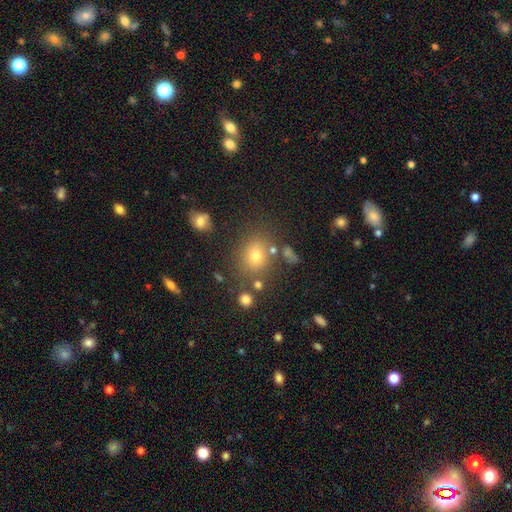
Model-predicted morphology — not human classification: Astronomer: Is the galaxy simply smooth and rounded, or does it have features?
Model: smooth — 68%.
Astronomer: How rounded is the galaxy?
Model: round — 56% (runner-up: in between, 43%).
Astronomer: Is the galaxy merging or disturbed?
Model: none — 75%.